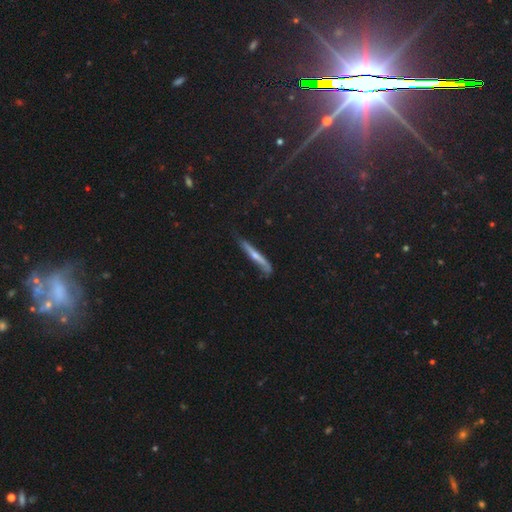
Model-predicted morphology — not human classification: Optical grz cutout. It shows a featured or disk galaxy (54%) viewed edge-on (89%). Merging: none (66%).